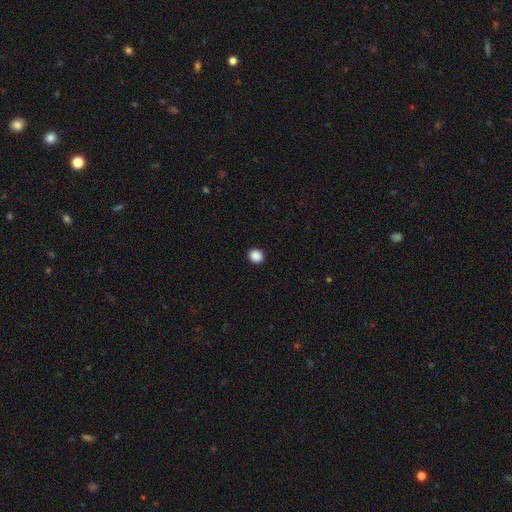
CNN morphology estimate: Smooth or featured: smooth — 88% (star or artifact — 9%)
How rounded: round — 82% (in between — 17%)
Merging: none — 92% (minor disturbance — 5%)